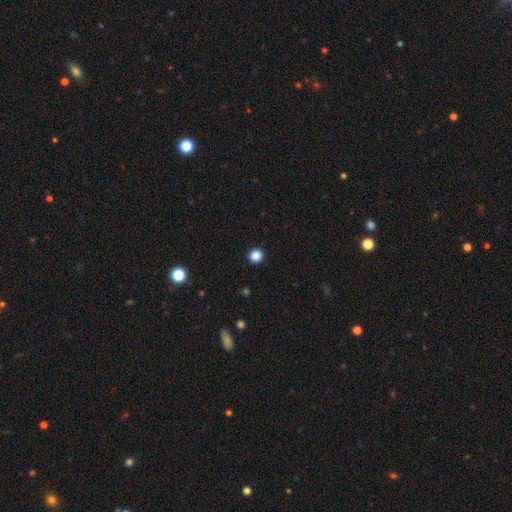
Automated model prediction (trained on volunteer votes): This is clearly a smooth galaxy (87%). How rounded: clearly round (93%). Merging: clearly none (93%).